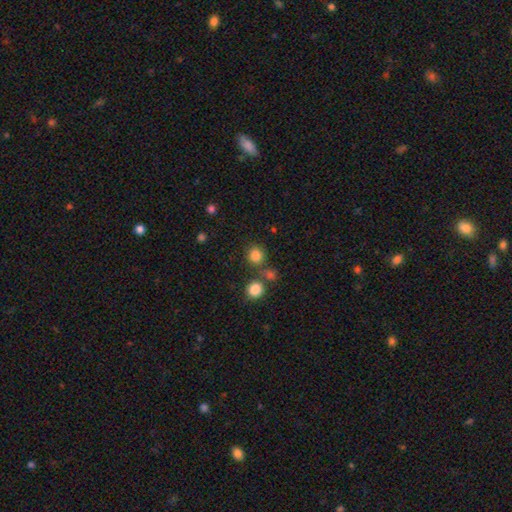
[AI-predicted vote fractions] A smooth galaxy with no disk features (83%) that is round (87%). Merging: none (71%).